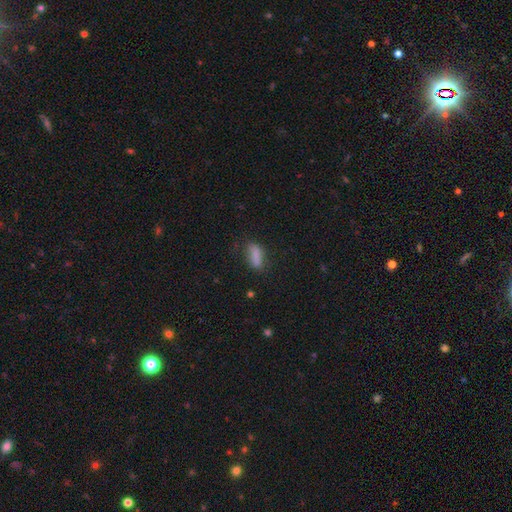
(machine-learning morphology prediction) A smooth galaxy with no disk features (81%) that is in between round and cigar-shaped (70%).

Vote fractions:
- Smooth or featured? smooth: 81% / featured or disk: 10% / star or artifact: 9%
- How rounded? in between: 70% / cigar-shaped: 26% / round: 4%
- Merging? none: 66% / minor disturbance: 22% / major disturbance: 9% / merger: 3%